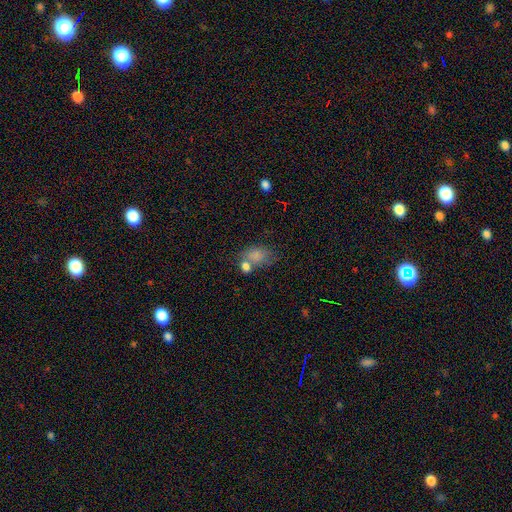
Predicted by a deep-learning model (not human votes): Q: Smooth or featured?
A: smooth (77%); runner-up: featured or disk (12%)
Q: How rounded?
A: in between (79%); runner-up: round (19%)
Q: Merging?
A: none (37%); runner-up: merger (33%)